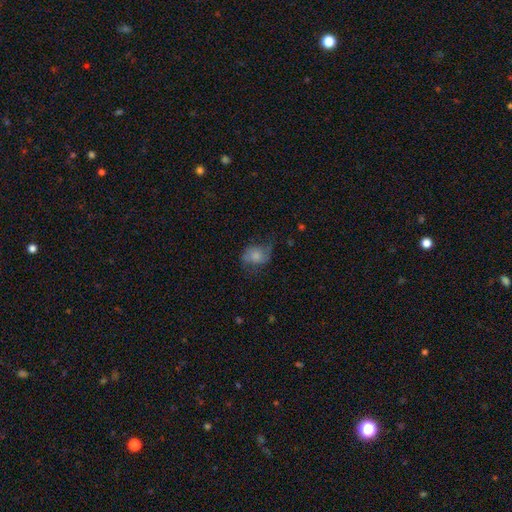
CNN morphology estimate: Q: Smooth or featured?
A: smooth (52%); runner-up: featured or disk (39%)
Q: How rounded?
A: in between (57%); runner-up: round (41%)
Q: Merging?
A: none (53%); runner-up: minor disturbance (27%)